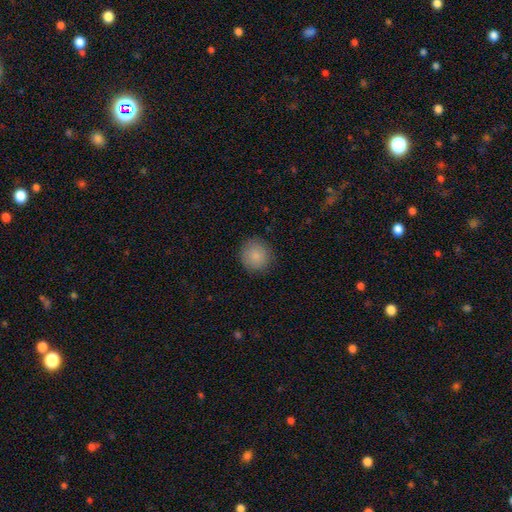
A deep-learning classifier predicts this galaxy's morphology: Smooth or featured? Predicted: smooth (p=0.86). How rounded? Predicted: round (p=0.93). Merging? Predicted: none (p=0.88).